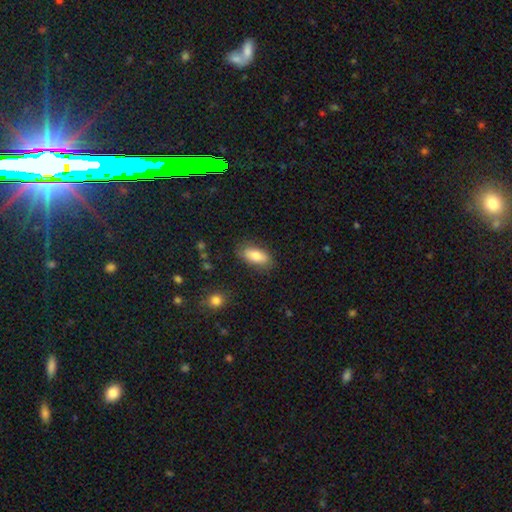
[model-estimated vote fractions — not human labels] Overall: smooth (80%). How rounded: in between (86%). Merging: none (82%).